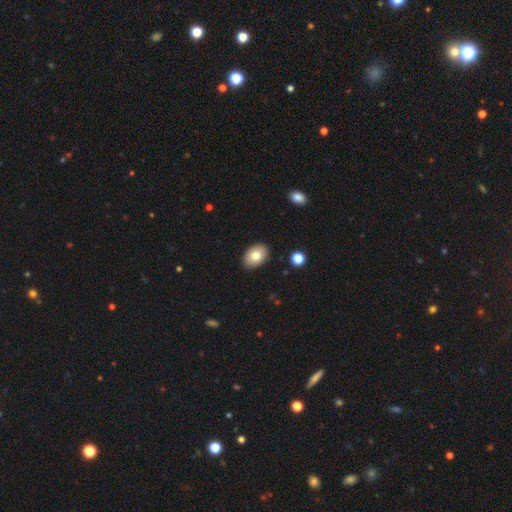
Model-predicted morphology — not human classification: type=smooth (79%); roundness=in between (80%); merging=none (89%).